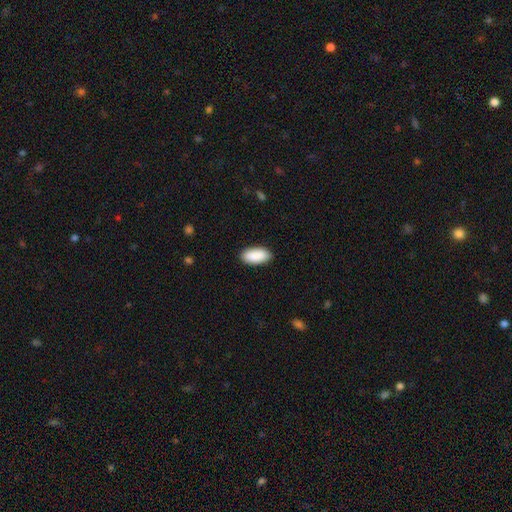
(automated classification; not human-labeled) This is clearly a smooth galaxy (91%). How rounded: clearly in between (93%). Merging: clearly none (88%).